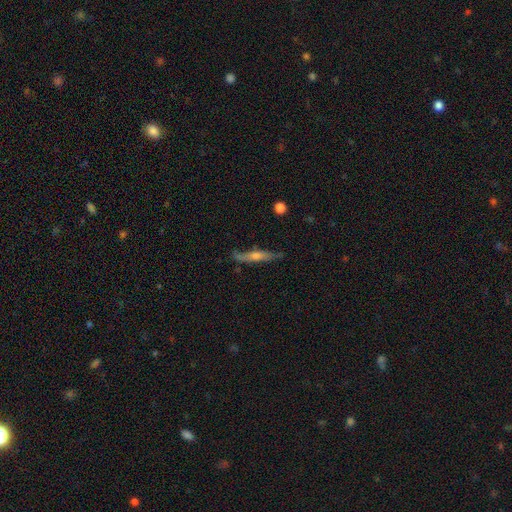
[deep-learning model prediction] The model was most divided on "smooth or featured": featured or disk: 69%, smooth: 23%, star or artifact: 8%. More confident: edge-on disk — yes (93%); merging — none (83%); edge-on bulge — rounded (82%).